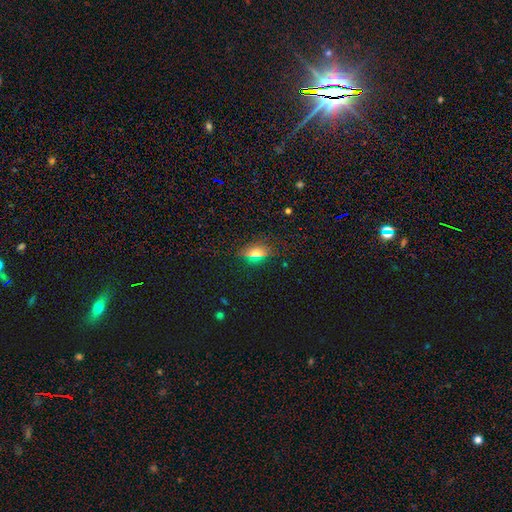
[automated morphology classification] type=smooth (62%); roundness=in between (67%); merging=none (86%).